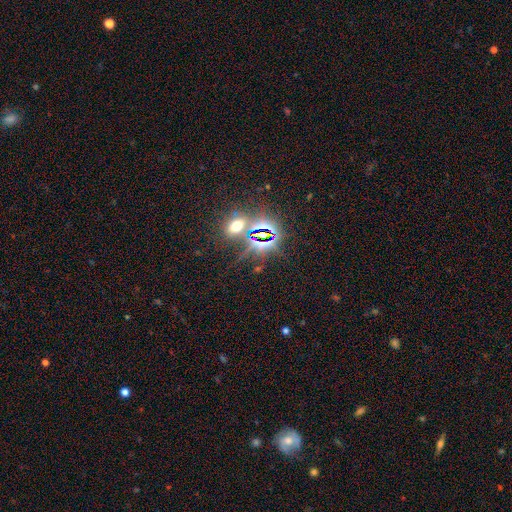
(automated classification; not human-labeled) Smooth or featured? star or artifact (75%)